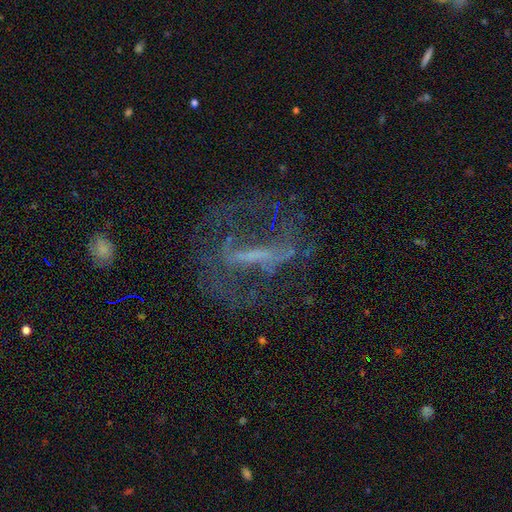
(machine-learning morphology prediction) Smooth or featured: featured or disk — 70% (star or artifact — 17%)
Edge-on disk: no — 85% (yes — 15%)
Bar: strong — 61% (weak — 24%)
Spiral arms: yes — 53% (no — 47%)
Bulge size: none — 50% (small — 29%)
Merging: none — 55% (major disturbance — 28%)